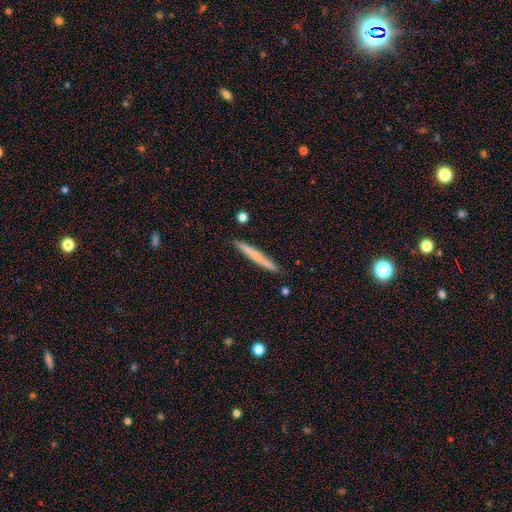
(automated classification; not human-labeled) Morphology: type=smooth (59%); roundness=cigar-shaped (97%); merging=none (90%).